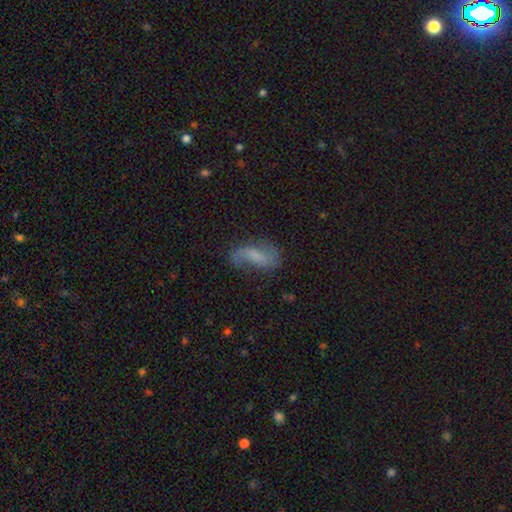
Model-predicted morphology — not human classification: The model was most divided on "bulge size": none: 39%, small: 31%, moderate: 22%, large: 6%, dominant: 2%. Remaining: edge-on disk — no (95%); spiral arms — yes (91%); spiral arm count — 2 (82%); spiral winding — loose (67%); smooth or featured — featured or disk (63%); merging — none (61%); bar — weak (44%).